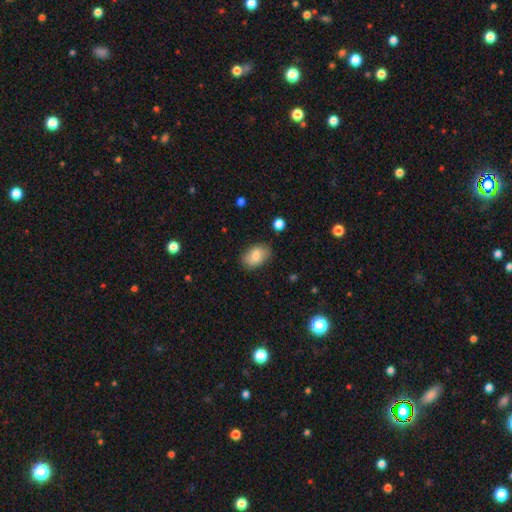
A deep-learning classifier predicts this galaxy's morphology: The model was most divided on "merging": none: 81%, minor disturbance: 15%, major disturbance: 3%, merger: 1%. More confident: how rounded — in between (89%); smooth or featured — smooth (81%).